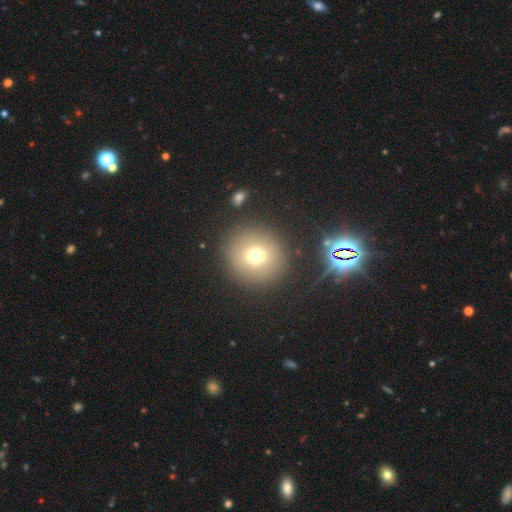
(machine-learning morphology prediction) Overall: smooth (70%). How rounded: round (93%). Merging: none (87%).